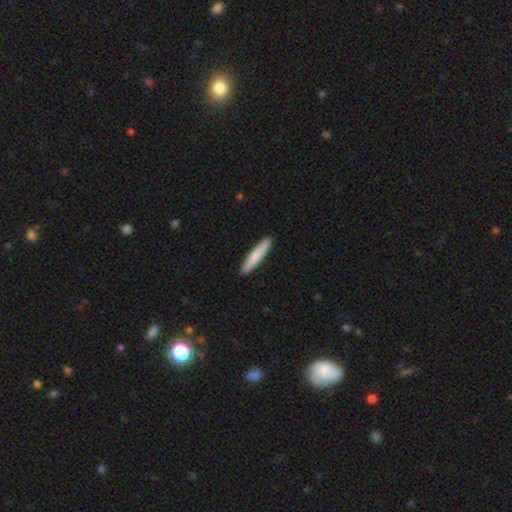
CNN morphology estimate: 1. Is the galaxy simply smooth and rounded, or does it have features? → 80% smooth, 15% featured or disk, 5% star or artifact.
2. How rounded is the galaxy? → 93% cigar-shaped, 6% in between, 1% round.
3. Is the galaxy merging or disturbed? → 92% none, 6% minor disturbance, 1% major disturbance, 1% merger.